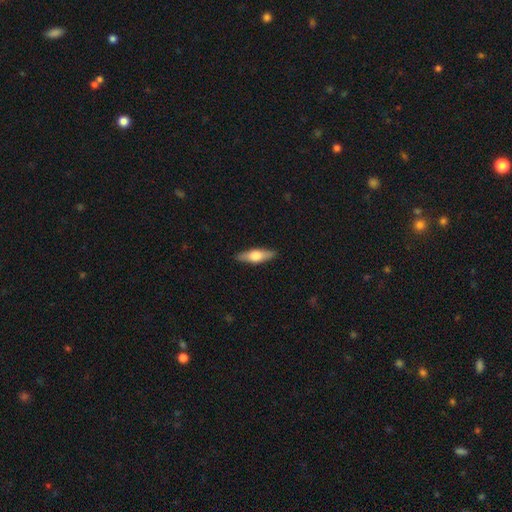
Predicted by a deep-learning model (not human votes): A smooth galaxy with no disk features (54%) that is cigar-shaped (49%). Merging: none (89%).